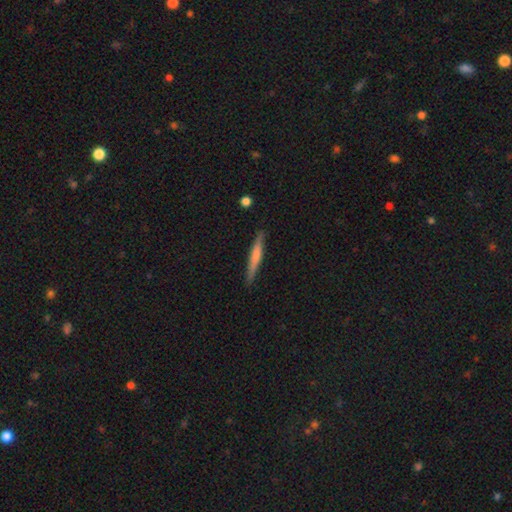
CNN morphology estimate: Smooth or featured? smooth (57%)
How rounded? cigar-shaped (95%)
Merging? none (87%)